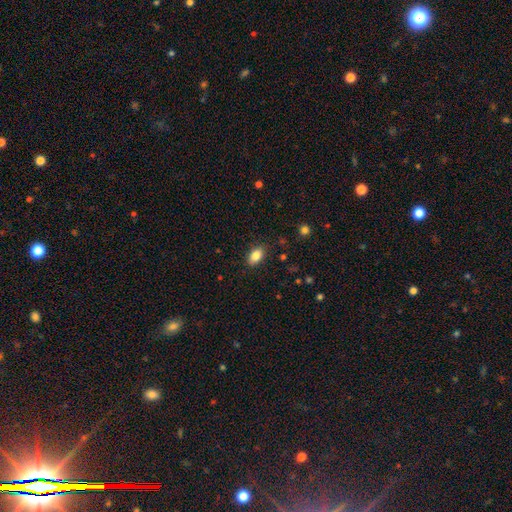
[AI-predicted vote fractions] Smooth or featured?
  - smooth: 85% *
  - star or artifact: 9%
  - featured or disk: 7%
How rounded?
  - in between: 90% *
  - round: 8%
  - cigar-shaped: 2%
Merging?
  - none: 87% *
  - minor disturbance: 10%
  - major disturbance: 2%
  - merger: 1%